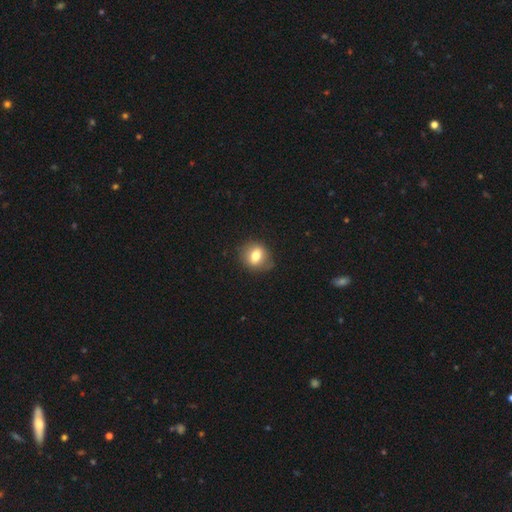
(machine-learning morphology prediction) This appears to be a smooth galaxy with no disk features (72%) that is round (59%). Merging: none (81%).